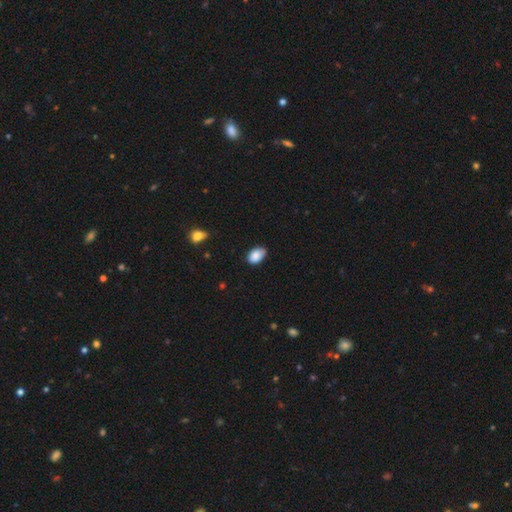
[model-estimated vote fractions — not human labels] This appears to be a smooth galaxy with no disk features (87%) that is in between round and cigar-shaped (90%). Merging: none (68%).